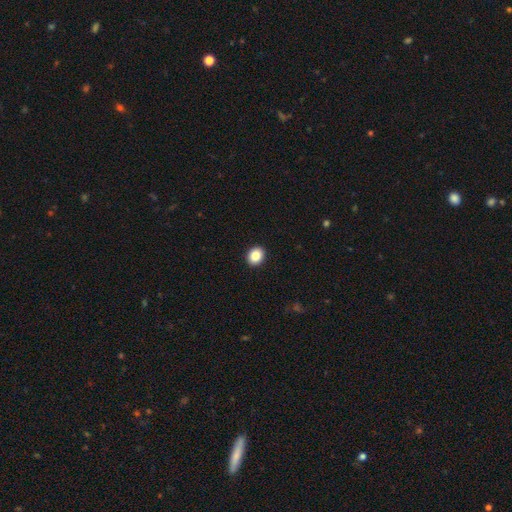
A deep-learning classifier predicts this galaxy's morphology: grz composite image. It shows a smooth galaxy with no disk features (87%) that is round (55%). Merging: none (92%).